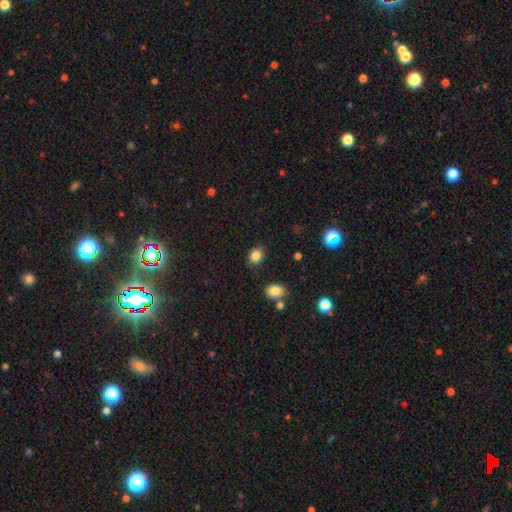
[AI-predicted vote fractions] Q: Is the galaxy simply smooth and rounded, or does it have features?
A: smooth — 84%.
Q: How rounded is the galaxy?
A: round — 55%.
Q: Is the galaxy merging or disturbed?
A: none — 83%.